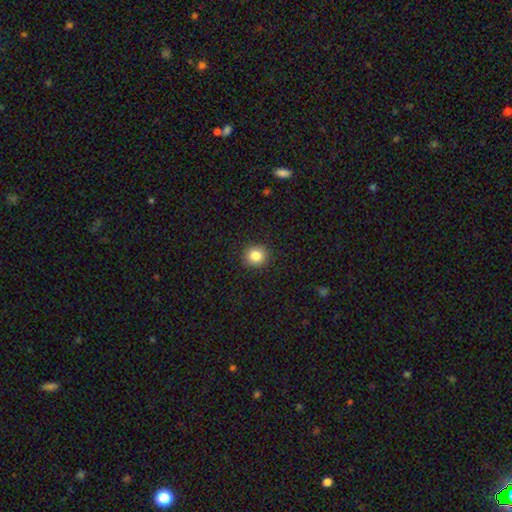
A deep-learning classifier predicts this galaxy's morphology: This appears to be a smooth galaxy with no disk features (84%) that is round (86%). Merging: none (91%).